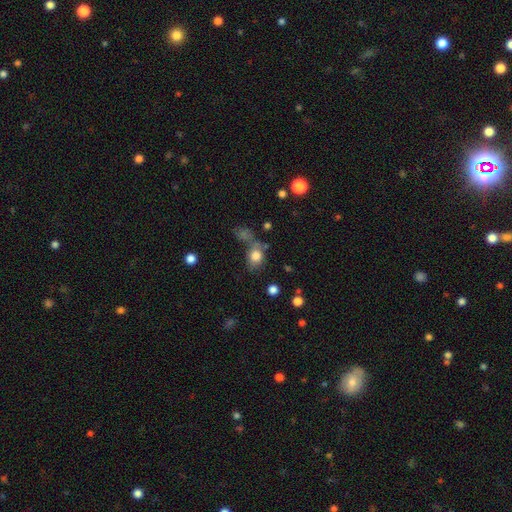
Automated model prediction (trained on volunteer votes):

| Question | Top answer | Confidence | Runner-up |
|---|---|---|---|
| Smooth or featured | smooth | 79% | star or artifact (11%) |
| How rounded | round | 55% | in between (43%) |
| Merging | none | 43% | merger (27%) |